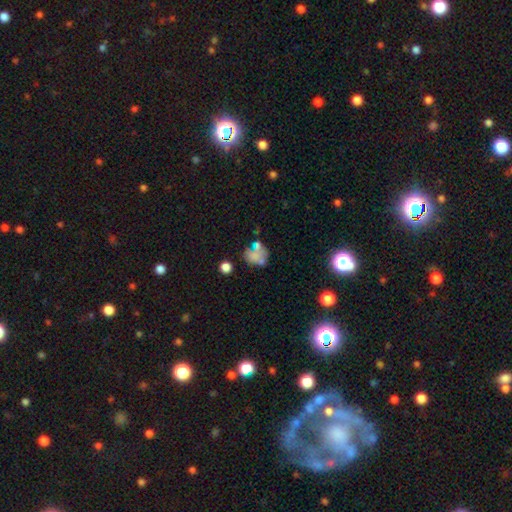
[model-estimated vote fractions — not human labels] Smooth or featured?
  - smooth: 61% *
  - featured or disk: 26%
  - star or artifact: 14%
How rounded?
  - round: 54% *
  - in between: 44%
  - cigar-shaped: 1%
Merging?
  - none: 42% *
  - merger: 22%
  - minor disturbance: 21%
  - major disturbance: 15%